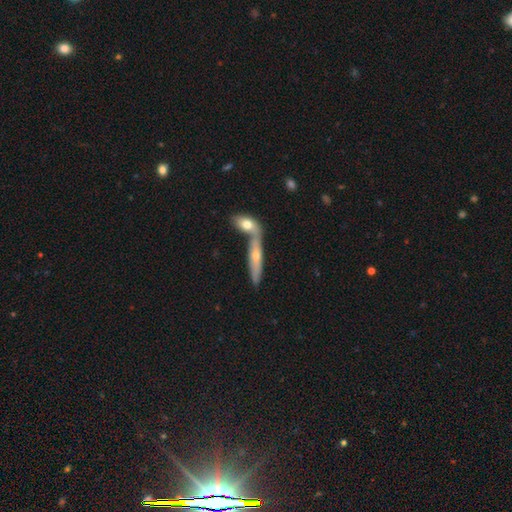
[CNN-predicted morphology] Smooth or featured? Predicted: featured or disk (p=0.48). Merging? Predicted: merger (p=0.46).